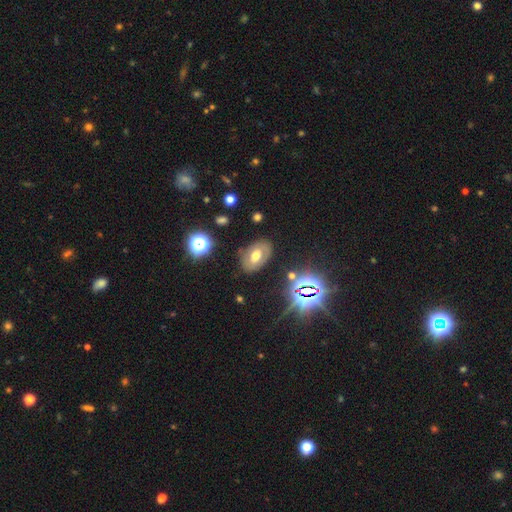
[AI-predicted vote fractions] This appears to be a featured or disk galaxy (42%). Merging: none (76%).